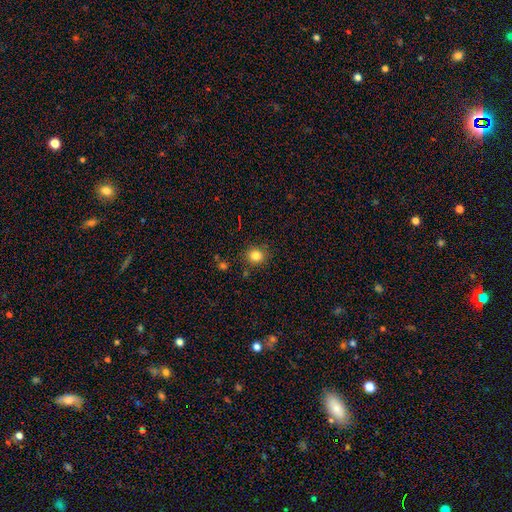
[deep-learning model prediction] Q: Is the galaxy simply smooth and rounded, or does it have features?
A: smooth — 82%.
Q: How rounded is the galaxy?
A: round — 81%.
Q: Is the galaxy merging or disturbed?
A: none — 86%.